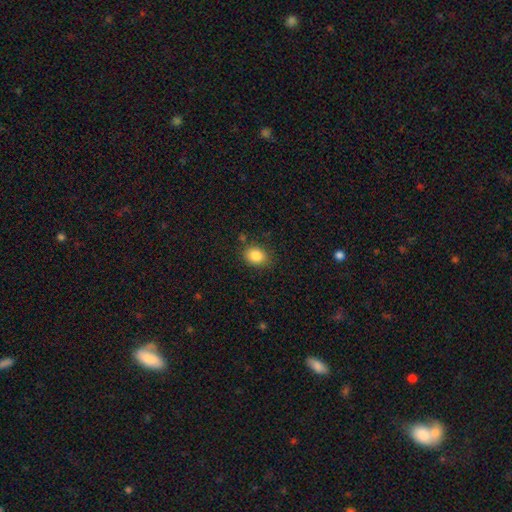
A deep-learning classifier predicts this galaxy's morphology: Smooth or featured? smooth (85%)
How rounded? in between (60%)
Merging? none (81%)